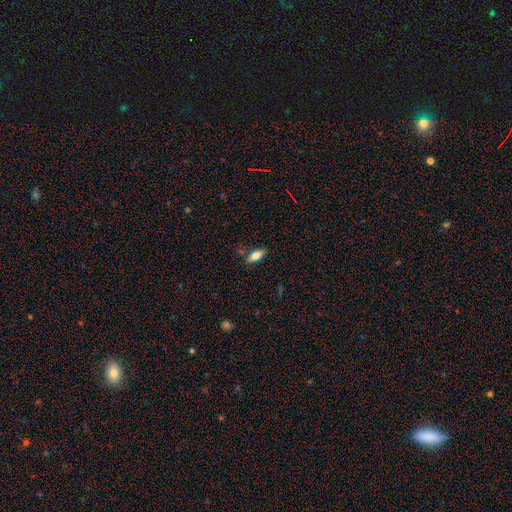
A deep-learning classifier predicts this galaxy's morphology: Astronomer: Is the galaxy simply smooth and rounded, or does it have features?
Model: smooth — 69%.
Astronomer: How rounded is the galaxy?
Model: in between — 75%.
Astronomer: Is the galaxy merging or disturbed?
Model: none — 82%.